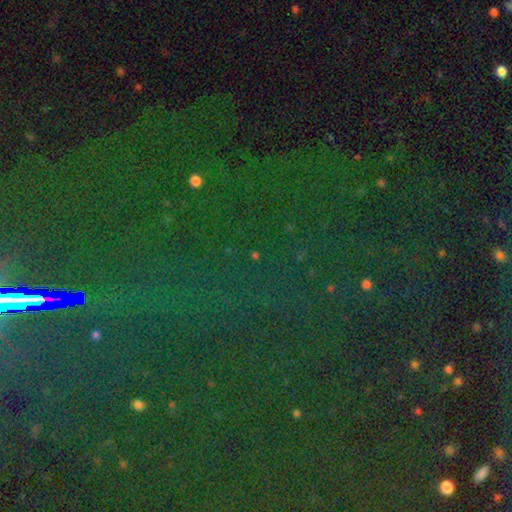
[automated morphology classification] Q: Smooth or featured?
A: star or artifact (84%); runner-up: smooth (9%)